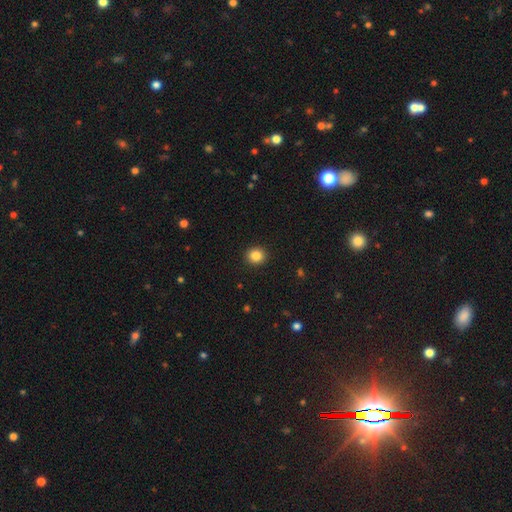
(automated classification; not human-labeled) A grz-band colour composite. It shows a smooth galaxy with no disk features (86%) that is round (84%). Merging: none (93%).